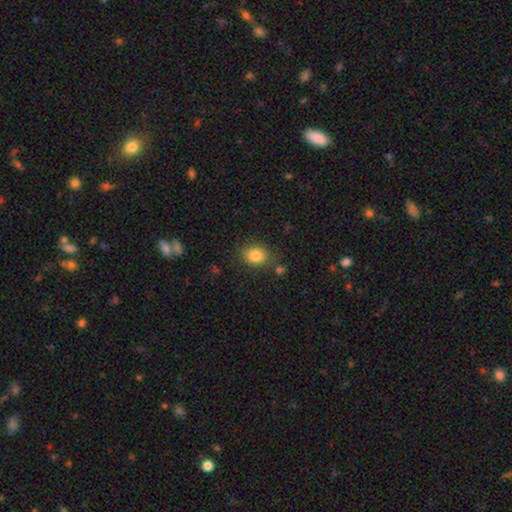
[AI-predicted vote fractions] Q: Smooth or featured?
A: smooth (83%); runner-up: star or artifact (10%)
Q: How rounded?
A: round (51%); runner-up: in between (48%)
Q: Merging?
A: none (79%); runner-up: minor disturbance (13%)